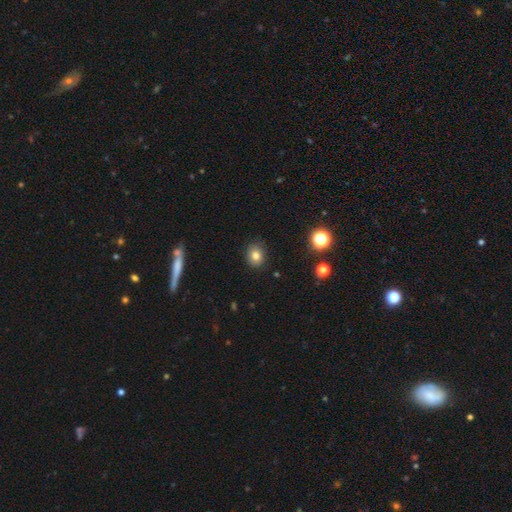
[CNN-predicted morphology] Smooth or featured? Predicted: smooth (p=0.79). How rounded? Predicted: round (p=0.64). Merging? Predicted: none (p=0.86).